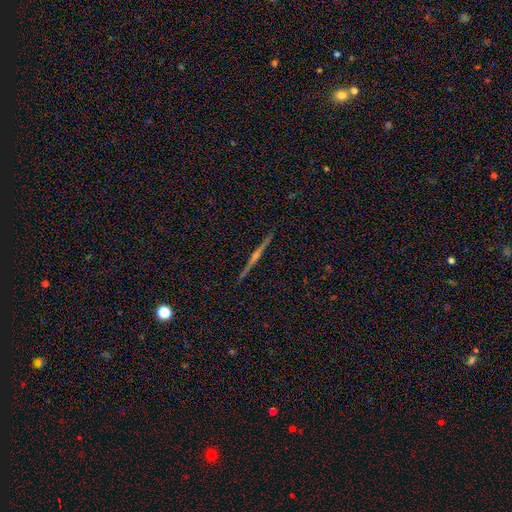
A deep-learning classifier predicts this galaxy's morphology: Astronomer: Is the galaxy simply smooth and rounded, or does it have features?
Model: featured or disk — 80%.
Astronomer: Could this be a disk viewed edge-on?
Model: yes — 99%.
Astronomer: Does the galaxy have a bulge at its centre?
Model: rounded — 80%.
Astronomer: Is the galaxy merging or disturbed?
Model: none — 93%.